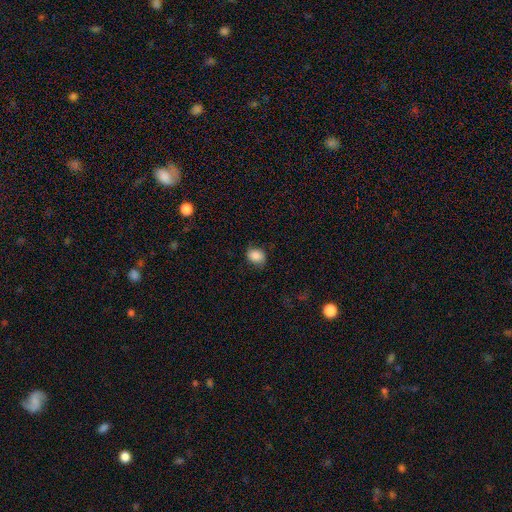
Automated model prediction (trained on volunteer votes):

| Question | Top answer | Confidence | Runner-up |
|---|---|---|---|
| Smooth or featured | smooth | 86% | star or artifact (8%) |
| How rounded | in between | 51% | round (48%) |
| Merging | none | 74% | minor disturbance (20%) |